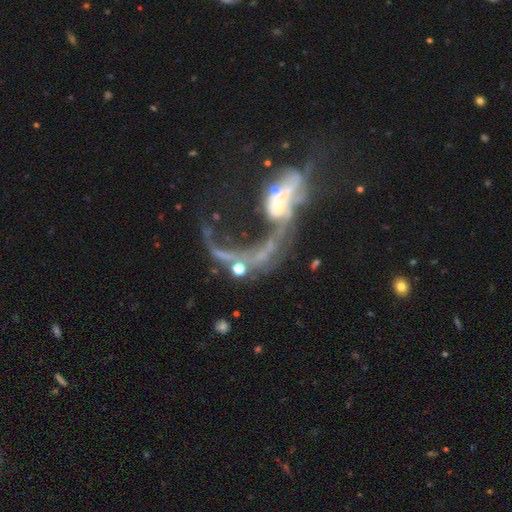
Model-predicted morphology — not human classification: Smooth or featured: featured or disk — 69% (smooth — 16%)
Edge-on disk: no — 90% (yes — 10%)
Bar: no — 66% (weak — 22%)
Spiral arms: no — 50% (tied with yes — 50%)
Bulge size: moderate — 38% (small — 33%)
Merging: merger — 45% (major disturbance — 37%)